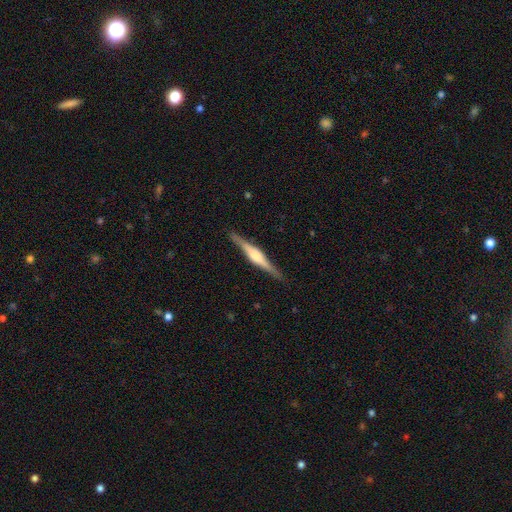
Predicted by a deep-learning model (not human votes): Smooth or featured? Predicted: featured or disk (p=0.78). Edge-on disk? Predicted: yes (p=0.98). Edge-on bulge? Predicted: rounded (p=0.72). Merging? Predicted: none (p=0.90).